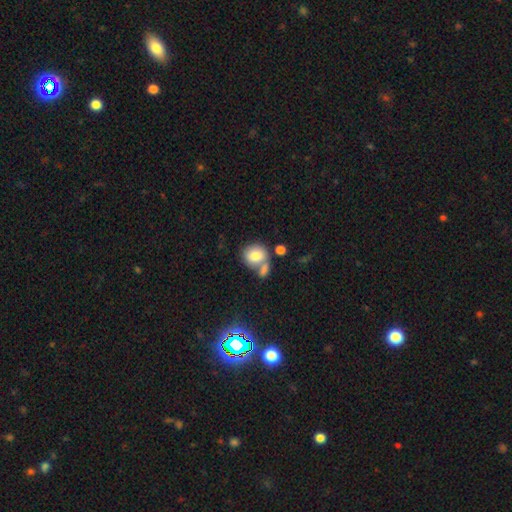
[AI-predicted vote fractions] Smooth or featured?
  - smooth: 78% *
  - featured or disk: 14%
  - star or artifact: 9%
How rounded?
  - round: 59% *
  - in between: 40%
  - cigar-shaped: 1%
Merging?
  - none: 41% *
  - merger: 40%
  - minor disturbance: 13%
  - major disturbance: 6%